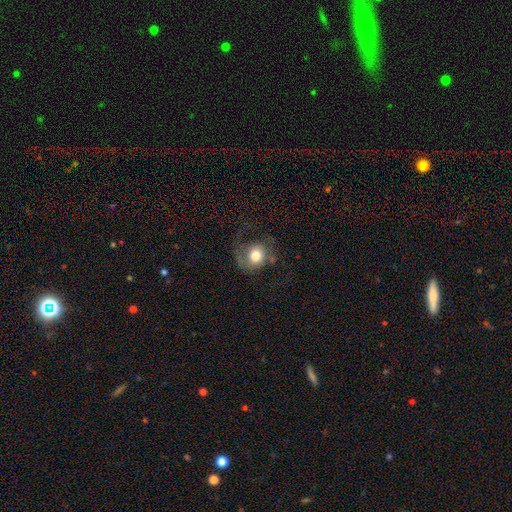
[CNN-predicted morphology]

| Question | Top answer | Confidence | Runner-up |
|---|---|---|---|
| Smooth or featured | smooth | 54% | featured or disk (38%) |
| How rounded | round | 78% | in between (21%) |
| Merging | none | 42% | major disturbance (35%) |